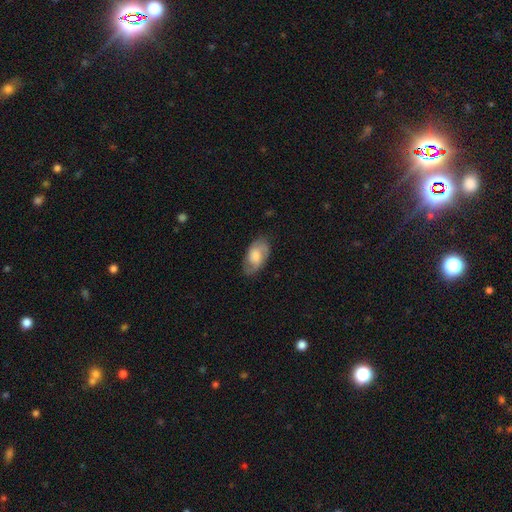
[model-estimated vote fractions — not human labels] This is possibly a featured or disk galaxy (50%). Merging: likely none (74%).